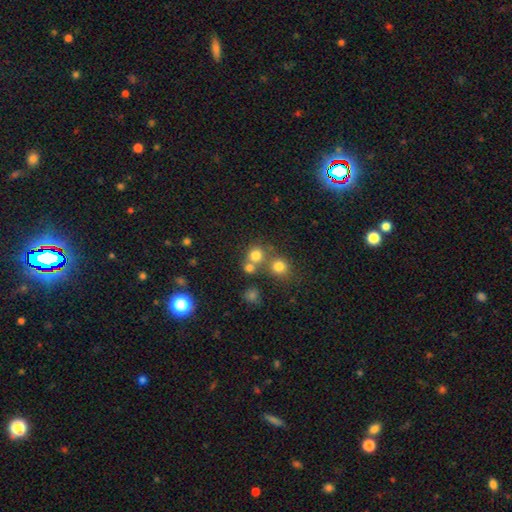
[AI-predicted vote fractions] Smooth or featured?
  - smooth: 75% *
  - star or artifact: 16%
  - featured or disk: 9%
How rounded?
  - round: 87% *
  - in between: 12%
  - cigar-shaped: 1%
Merging?
  - none: 58% *
  - merger: 31%
  - minor disturbance: 7%
  - major disturbance: 4%